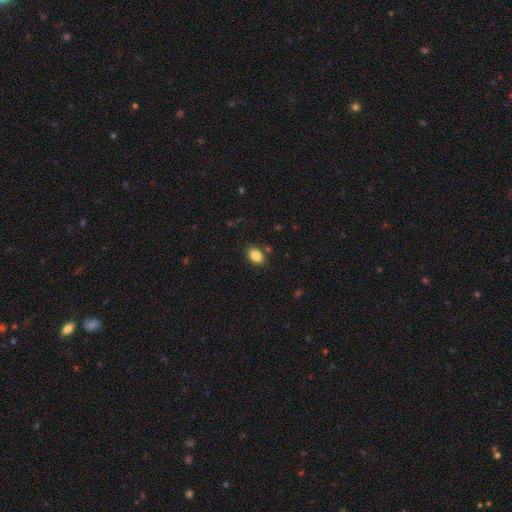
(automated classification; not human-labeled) The model was most divided on "how rounded": in between: 80%, round: 19%, cigar-shaped: 1%. More confident: smooth or featured — smooth (86%); merging — none (85%).